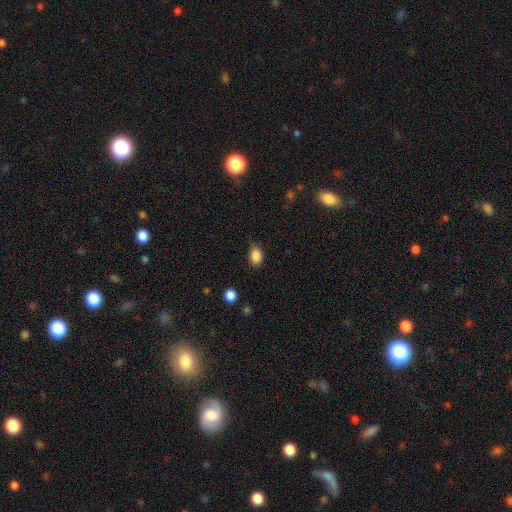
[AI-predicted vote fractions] smooth_or_featured: smooth (p=0.87) [alt: star or artifact p=0.09]
how_rounded: in between (p=0.79) [alt: round p=0.20]
merging: none (p=0.78) [alt: minor disturbance p=0.17]